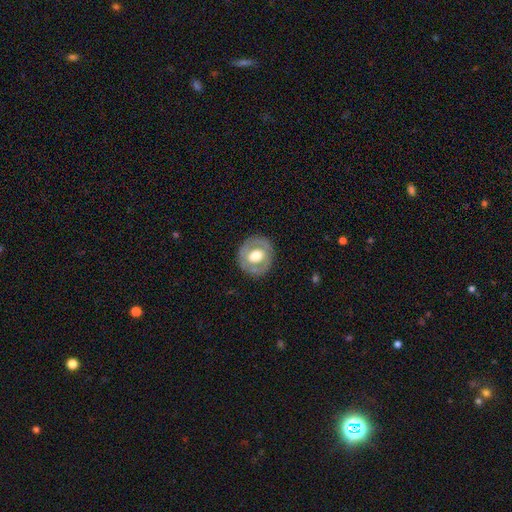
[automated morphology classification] The model was most divided on "smooth or featured": featured or disk: 52%, smooth: 42%, star or artifact: 6%. More confident: edge-on disk — no (95%); merging — none (83%).